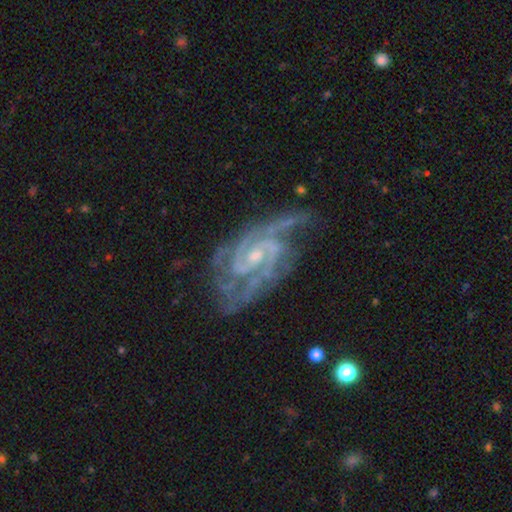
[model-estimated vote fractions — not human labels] This is clearly a featured or disk galaxy (92%). It is clearly not viewed edge-on (97%). Bar: possibly weak (46%). Spiral arm pattern: clearly yes (98%). Spiral arm count: possibly 2 (47%). Spiral winding: possibly tight (50%). Central bulge: likely small (64%). Merging: likely none (63%).